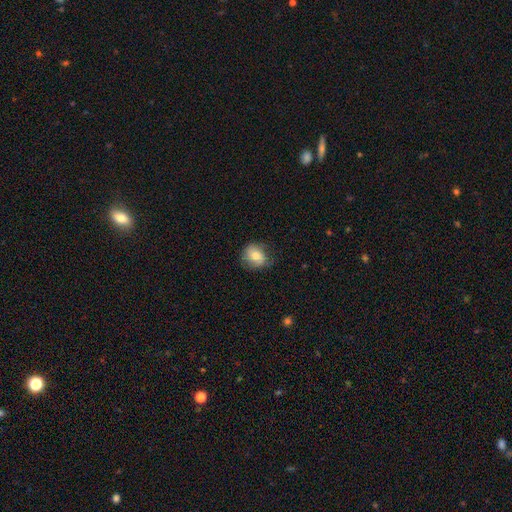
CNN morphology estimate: The model was most divided on "how rounded": round: 60%, in between: 39%, cigar-shaped: 1%. More confident: smooth or featured — smooth (77%); merging — none (68%).